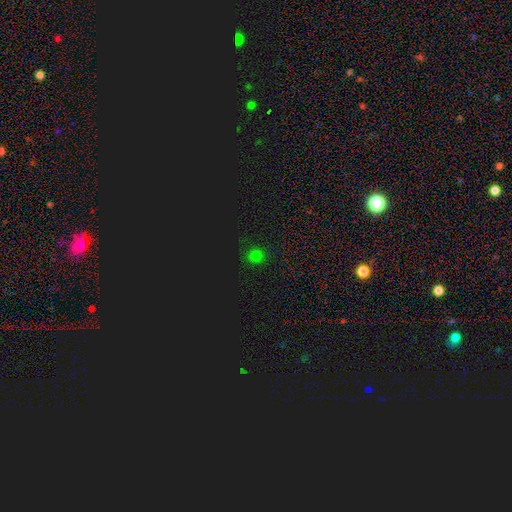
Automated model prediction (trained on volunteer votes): smooth-or-featured: smooth: 70% | star or artifact: 27% | featured or disk: 4%
  how-rounded: round: 90% | in between: 9% | cigar-shaped: 1%
  merging: none: 90% | minor disturbance: 7% | major disturbance: 2% | merger: 1%